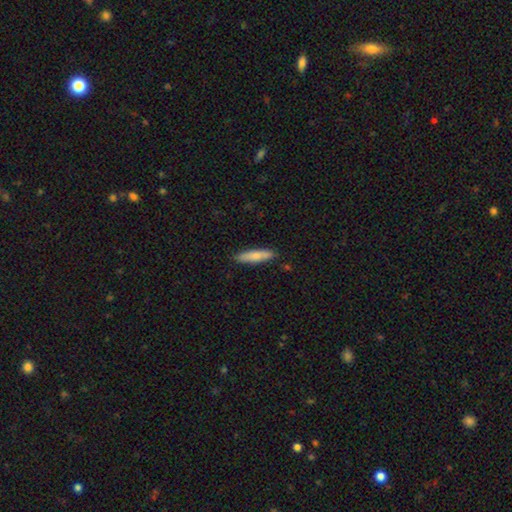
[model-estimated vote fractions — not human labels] Q: Smooth or featured?
A: smooth (75%); runner-up: featured or disk (19%)
Q: How rounded?
A: cigar-shaped (81%); runner-up: in between (18%)
Q: Merging?
A: none (87%); runner-up: minor disturbance (10%)